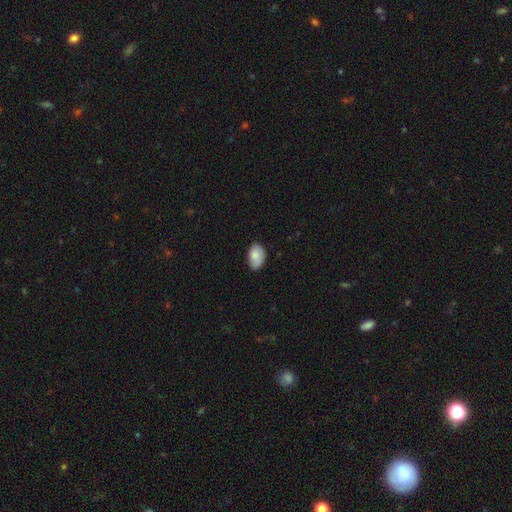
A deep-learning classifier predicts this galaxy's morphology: This is clearly a smooth galaxy (84%). How rounded: clearly in between (86%). Merging: likely none (66%).